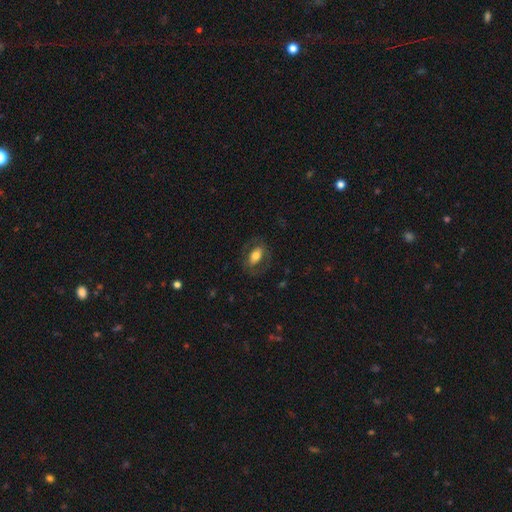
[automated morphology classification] This appears to be a smooth galaxy with no disk features (62%) that is in between round and cigar-shaped (87%). Merging: none (72%).